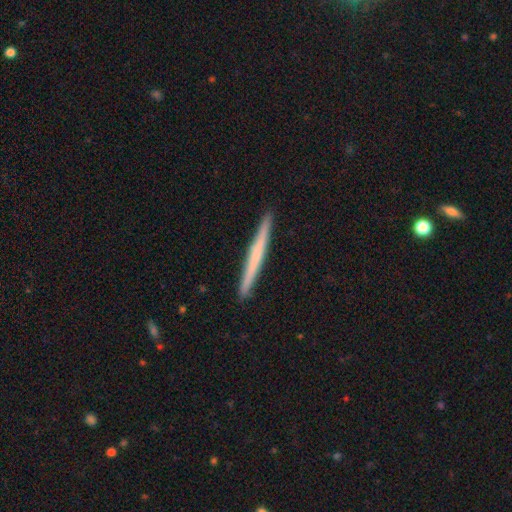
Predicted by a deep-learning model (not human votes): The model was most divided on "smooth or featured": smooth: 49%, featured or disk: 46%, star or artifact: 5%. More confident: merging — none (93%).